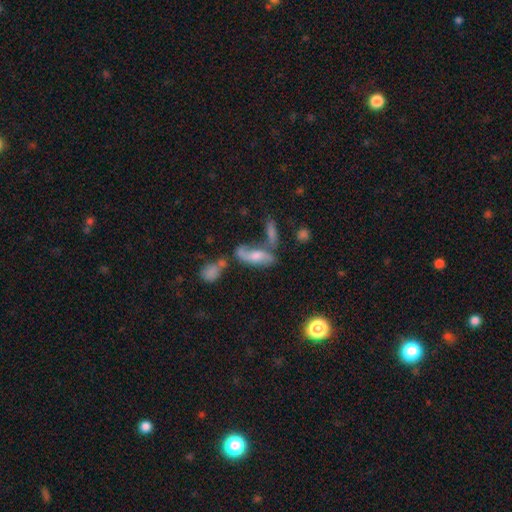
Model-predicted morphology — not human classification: featured or disk 49%, smooth 40%, star or artifact 11%. Down the decision tree: merging — none (39%).